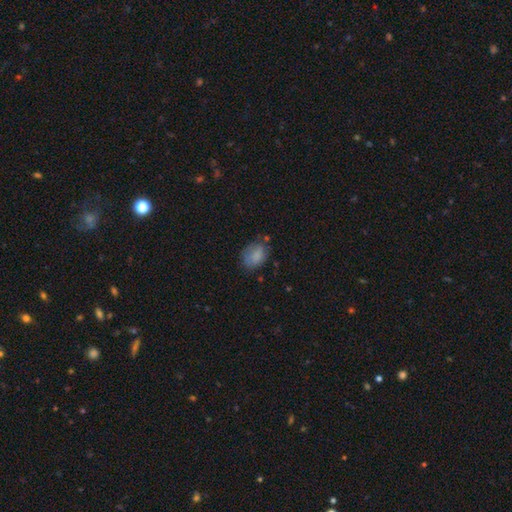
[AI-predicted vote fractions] smooth_or_featured: smooth (p=0.79) [alt: featured or disk p=0.12]
how_rounded: in between (p=0.76) [alt: round p=0.23]
merging: none (p=0.61) [alt: minor disturbance p=0.27]